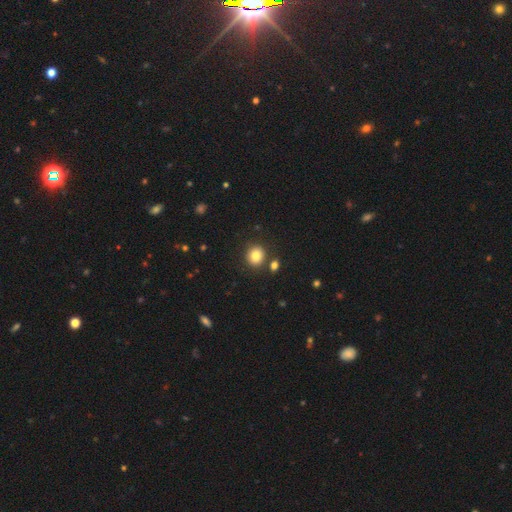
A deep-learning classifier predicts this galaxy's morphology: This appears to be a smooth galaxy with no disk features (84%) that is round (81%). Merging: none (82%).